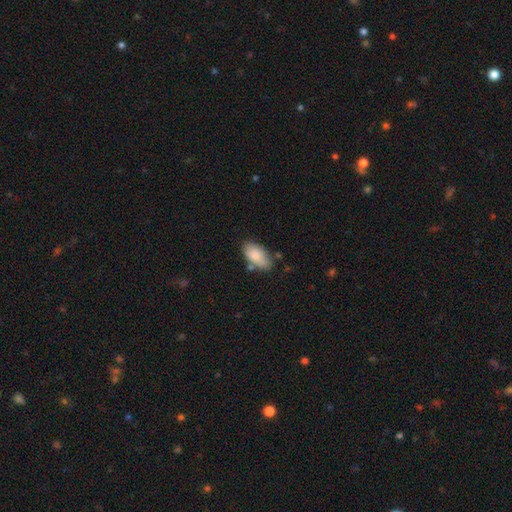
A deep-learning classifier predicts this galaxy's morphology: smooth-or-featured: smooth: 82% | featured or disk: 11% | star or artifact: 6%
  how-rounded: in between: 93% | cigar-shaped: 4% | round: 3%
  merging: none: 69% | minor disturbance: 19% | merger: 7% | major disturbance: 4%